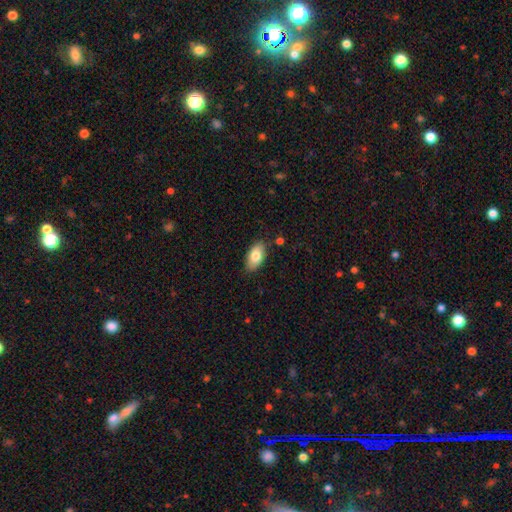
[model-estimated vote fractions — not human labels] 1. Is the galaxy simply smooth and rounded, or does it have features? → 80% smooth, 14% featured or disk, 7% star or artifact.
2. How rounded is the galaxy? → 93% in between, 4% round, 3% cigar-shaped.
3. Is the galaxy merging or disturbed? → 82% none, 13% minor disturbance, 2% major disturbance, 2% merger.